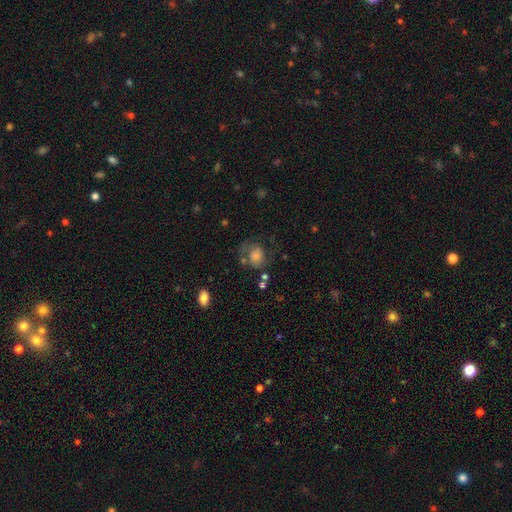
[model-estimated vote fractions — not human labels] This is possibly a smooth galaxy (53%). How rounded: possibly round (58%). Merging: possibly none (48%).